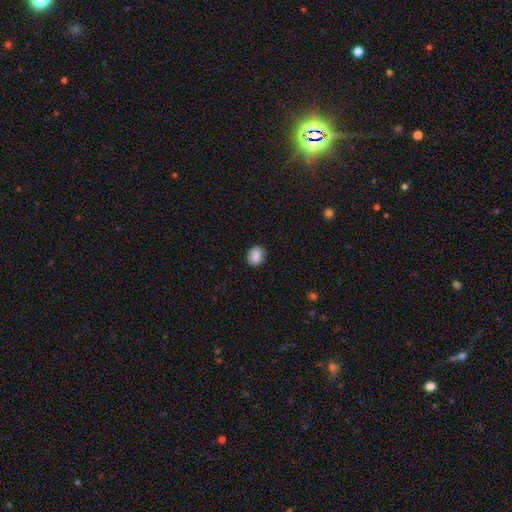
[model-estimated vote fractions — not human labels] Q: Smooth or featured?
A: smooth (86%); runner-up: star or artifact (8%)
Q: How rounded?
A: round (53%); runner-up: in between (46%)
Q: Merging?
A: none (87%); runner-up: minor disturbance (10%)